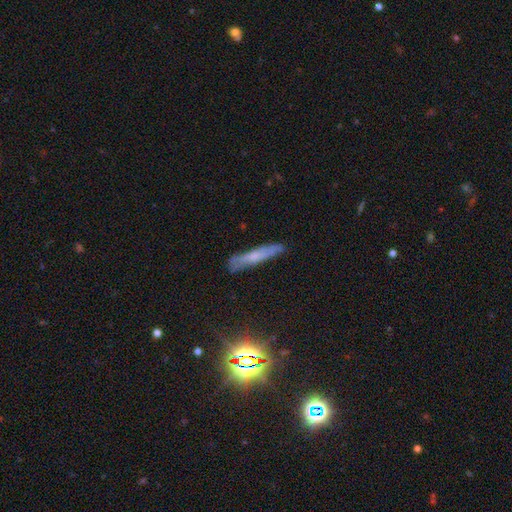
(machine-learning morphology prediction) smooth 45%, featured or disk 41%, star or artifact 14%. Down the decision tree: merging — none (79%).